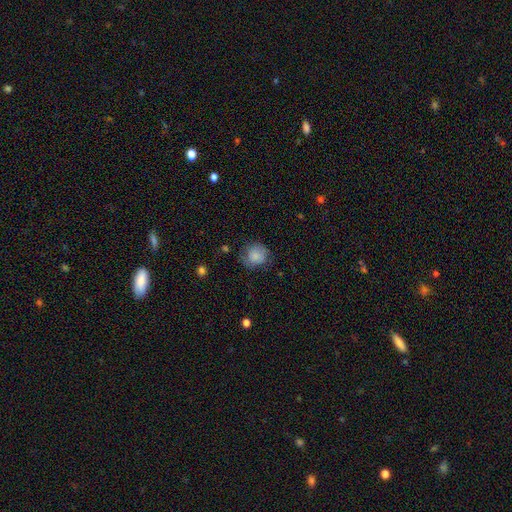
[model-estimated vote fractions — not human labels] The model was most divided on "merging": none: 64%, minor disturbance: 25%, major disturbance: 10%, merger: 2%. More confident: how rounded — round (82%); smooth or featured — smooth (78%).